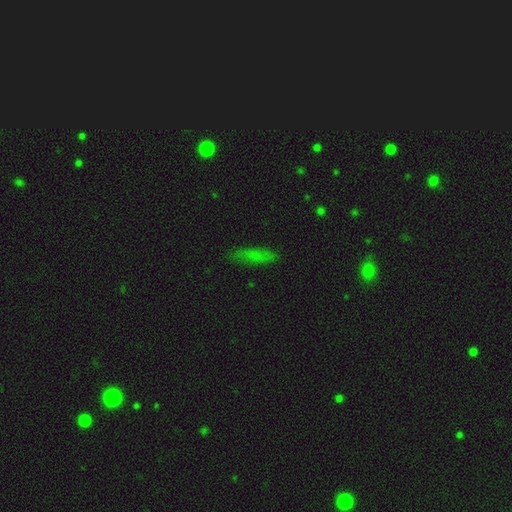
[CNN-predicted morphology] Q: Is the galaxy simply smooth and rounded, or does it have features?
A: smooth — 66%.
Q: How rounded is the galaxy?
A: cigar-shaped — 68%.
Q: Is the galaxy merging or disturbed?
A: none — 81%.